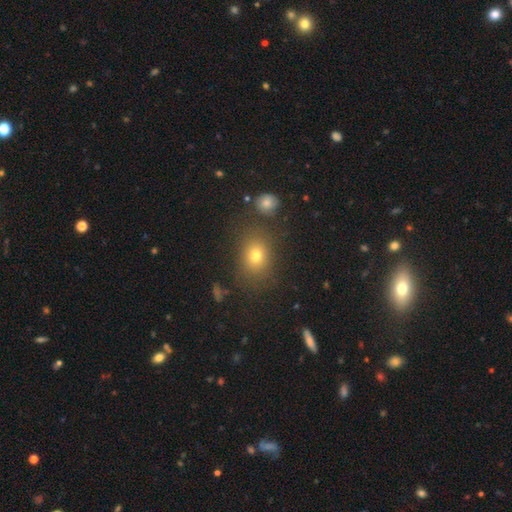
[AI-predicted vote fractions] Smooth or featured?
  - smooth: 73% *
  - star or artifact: 16%
  - featured or disk: 10%
How rounded?
  - in between: 52% *
  - round: 47%
  - cigar-shaped: 1%
Merging?
  - none: 78% *
  - minor disturbance: 12%
  - merger: 5%
  - major disturbance: 5%